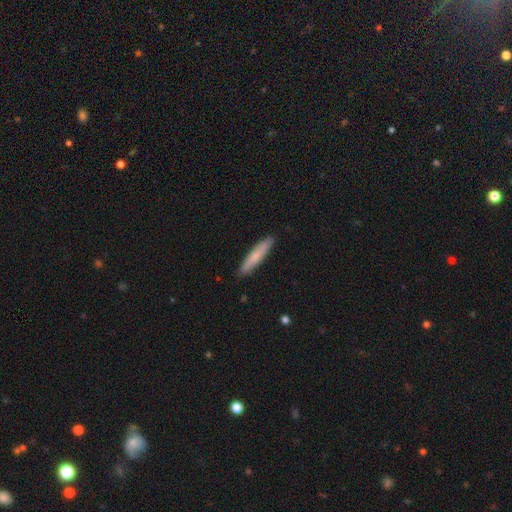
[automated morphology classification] type=smooth (73%); roundness=cigar-shaped (90%); merging=none (90%).